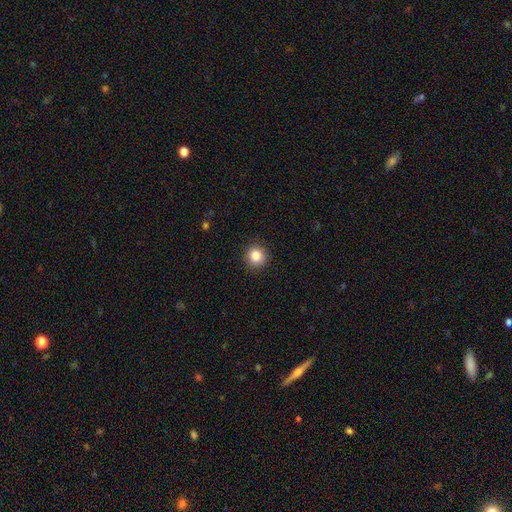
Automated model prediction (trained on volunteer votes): Smooth or featured?
  - smooth: 84% *
  - star or artifact: 11%
  - featured or disk: 6%
How rounded?
  - round: 93% *
  - in between: 6%
  - cigar-shaped: 1%
Merging?
  - none: 92% *
  - minor disturbance: 6%
  - major disturbance: 2%
  - merger: 1%